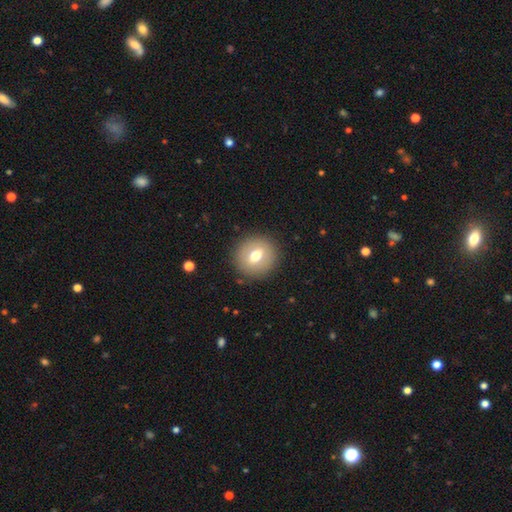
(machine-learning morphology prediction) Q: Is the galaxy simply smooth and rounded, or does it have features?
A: smooth — 64%.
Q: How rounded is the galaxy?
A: round — 84%.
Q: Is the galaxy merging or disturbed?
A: none — 88%.